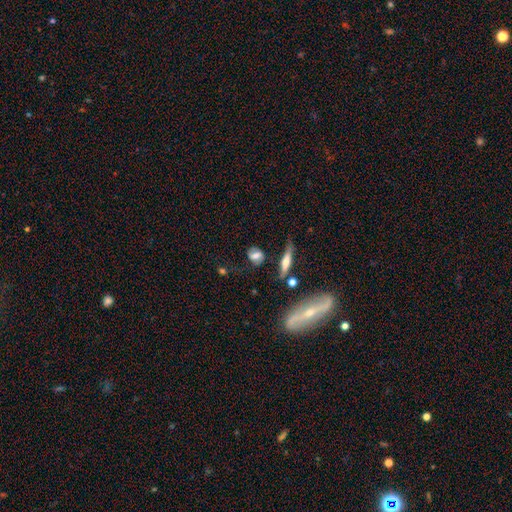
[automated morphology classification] This is possibly a smooth galaxy (57%). How rounded: possibly in between (56%). Merging: likely none (66%).